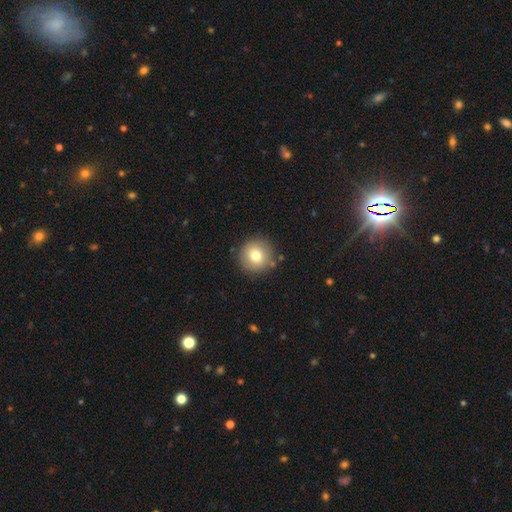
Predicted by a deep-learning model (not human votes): Overall: smooth (77%). How rounded: round (95%). Merging: none (87%).